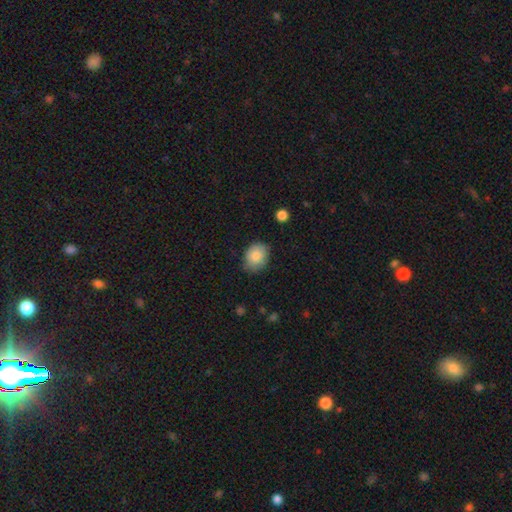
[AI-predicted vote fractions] Morphology: type=smooth (84%); roundness=in between (56%); merging=none (78%).